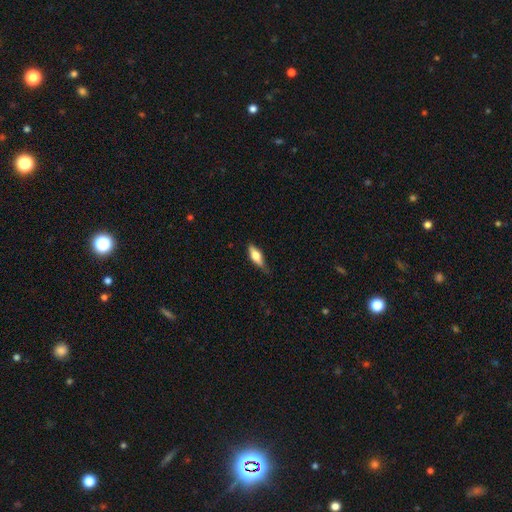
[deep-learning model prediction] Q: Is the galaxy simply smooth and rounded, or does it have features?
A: smooth — 61%.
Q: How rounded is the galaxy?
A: in between — 63%.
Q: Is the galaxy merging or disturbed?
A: none — 67%.